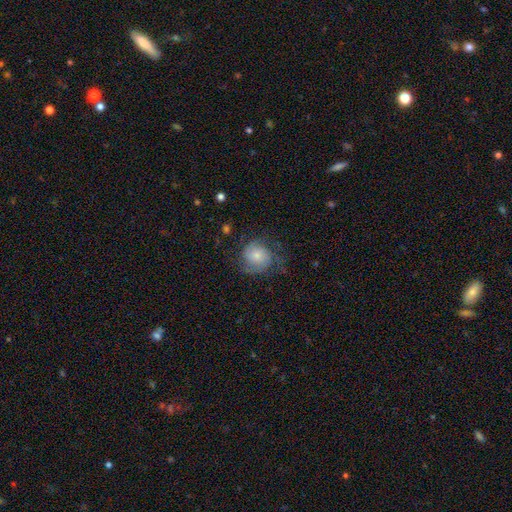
Smooth or featured? 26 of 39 (67%) said featured or disk. Edge-on disk? 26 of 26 (100%) said no. Bar? 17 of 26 (65%) said no. Spiral arms? 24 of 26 (92%) said yes. Spiral winding? 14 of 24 (58%) said tight. Spiral arm count? 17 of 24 (71%) said 2. Bulge size? 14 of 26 (54%) said moderate. Merging? 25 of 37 (68%) said none.